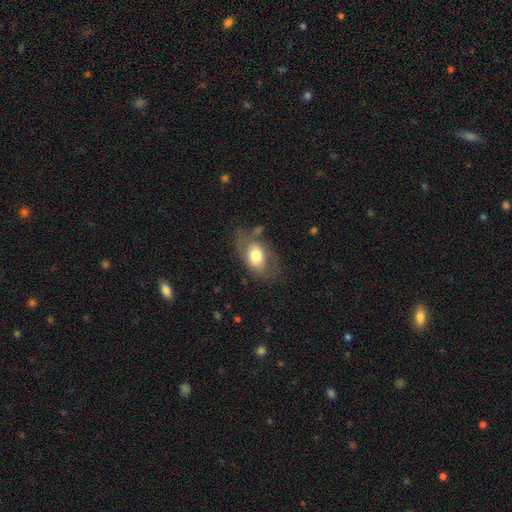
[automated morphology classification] This is likely a smooth galaxy (65%). How rounded: clearly in between (87%). Merging: possibly none (57%).